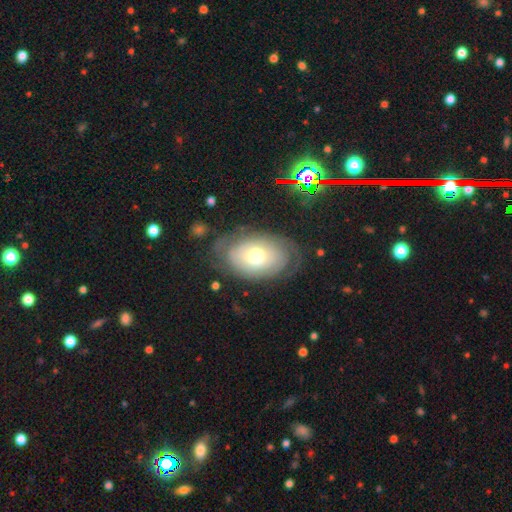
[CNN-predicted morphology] smooth_or_featured: featured or disk (p=0.61) [alt: smooth p=0.32]
disk_edge_on: no (p=0.94) [alt: yes p=0.06]
bar: no (p=0.83) [alt: weak p=0.14]
has_spiral_arms: yes (p=0.71) [alt: no p=0.29]
bulge_size: moderate (p=0.69) [alt: small p=0.14]
merging: none (p=0.68) [alt: minor disturbance p=0.19]